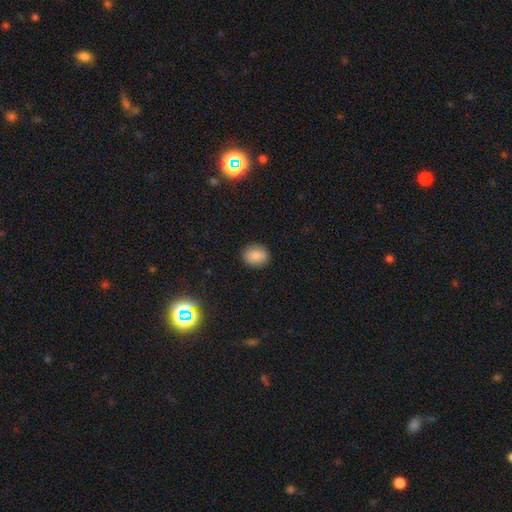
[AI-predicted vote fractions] A smooth galaxy with no disk features (85%) that is round (59%). Merging: none (89%).